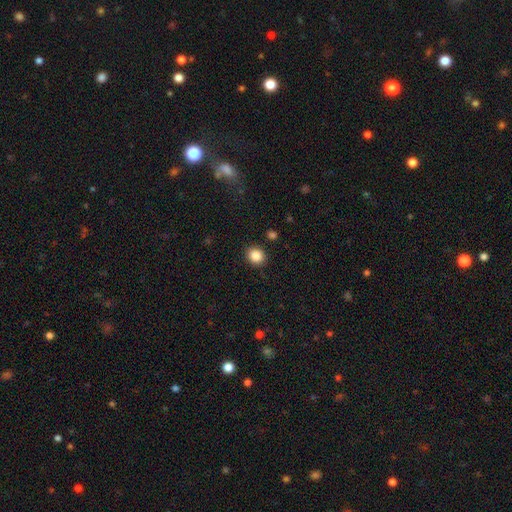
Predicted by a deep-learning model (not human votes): Morphology: type=smooth (87%); roundness=round (76%); merging=none (89%).